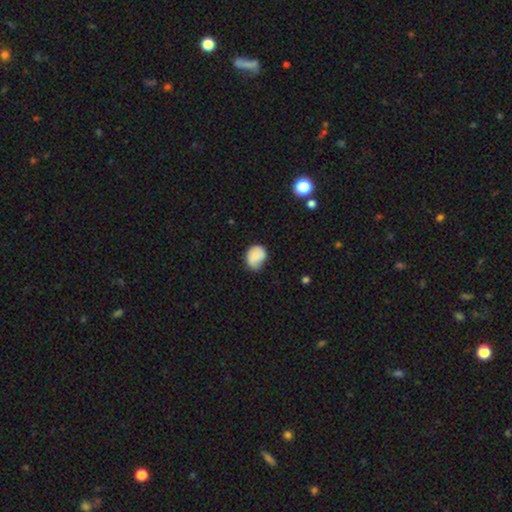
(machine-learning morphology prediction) A smooth galaxy with no disk features (72%) that is round (56%). Merging: none (48%).